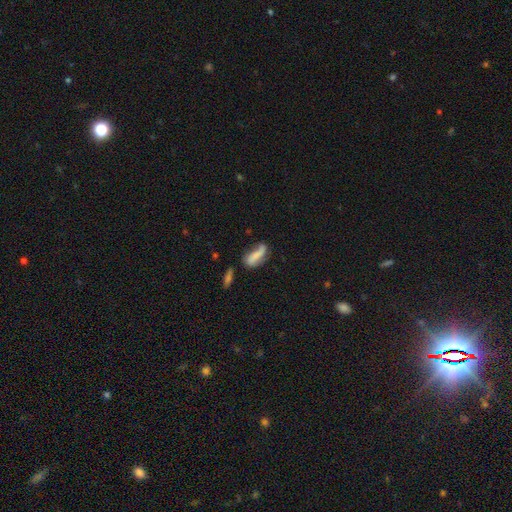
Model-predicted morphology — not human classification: This is possibly a smooth galaxy (50%). How rounded: likely in between (64%). Merging: possibly none (48%).